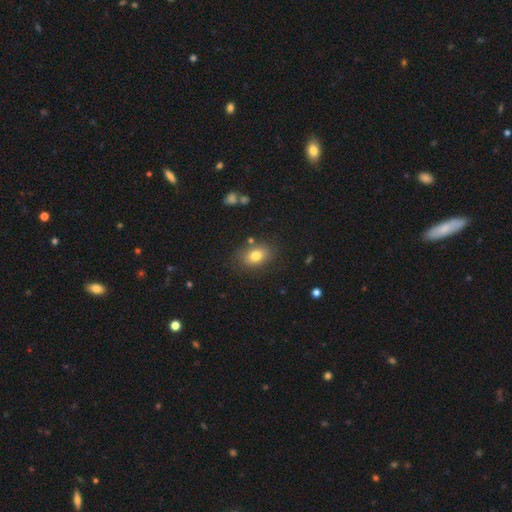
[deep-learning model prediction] The model was most divided on "how rounded": in between: 76%, round: 23%, cigar-shaped: 1%. More confident: merging — none (80%); smooth or featured — smooth (78%).